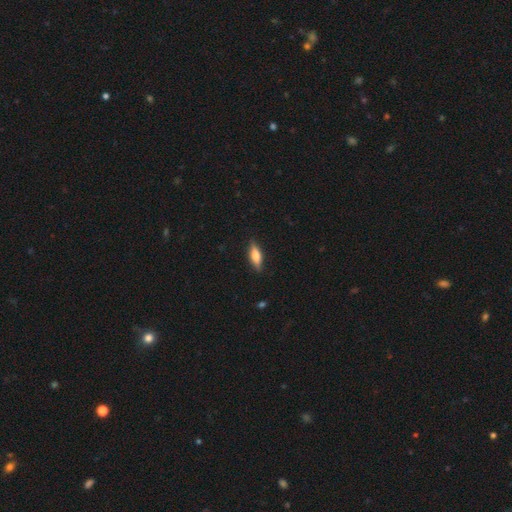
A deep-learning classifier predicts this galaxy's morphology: Smooth or featured?
  - smooth: 60% *
  - featured or disk: 33%
  - star or artifact: 6%
How rounded?
  - in between: 54% *
  - cigar-shaped: 43%
  - round: 3%
Merging?
  - none: 86% *
  - minor disturbance: 11%
  - major disturbance: 2%
  - merger: 1%